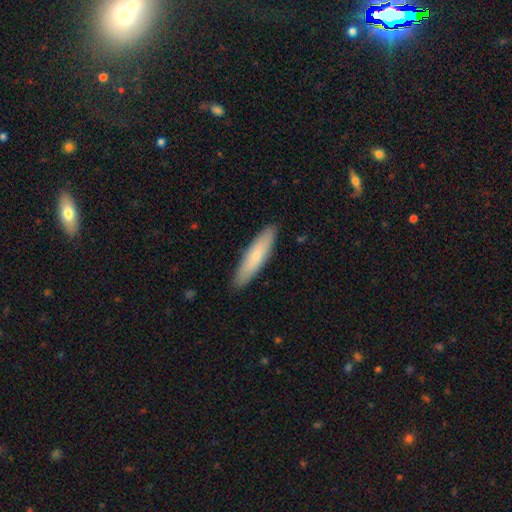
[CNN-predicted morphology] smooth-or-featured: smooth: 69% | featured or disk: 26% | star or artifact: 6%
  how-rounded: cigar-shaped: 80% | in between: 18% | round: 2%
  merging: none: 90% | minor disturbance: 7% | major disturbance: 1% | merger: 1%